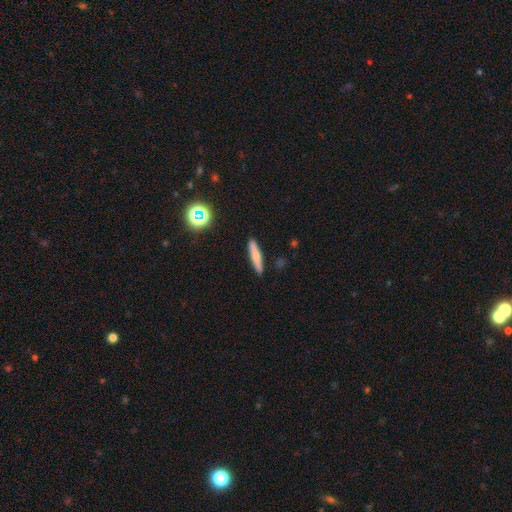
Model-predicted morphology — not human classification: Smooth or featured? Predicted: smooth (p=0.63). How rounded? Predicted: cigar-shaped (p=0.89). Merging? Predicted: none (p=0.89).